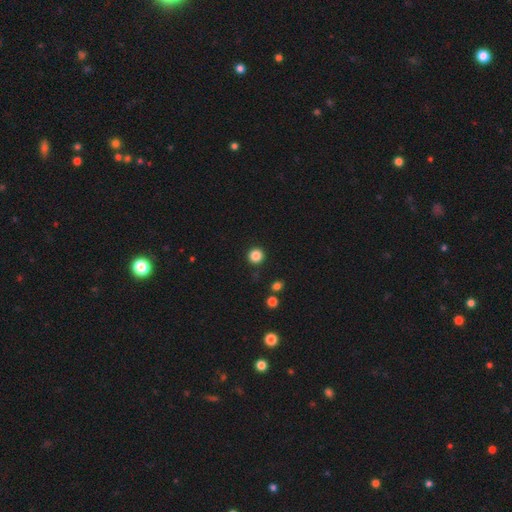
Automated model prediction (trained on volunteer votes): The model was most divided on "smooth or featured": smooth: 86%, star or artifact: 11%, featured or disk: 3%. More confident: how rounded — round (95%); merging — none (91%).